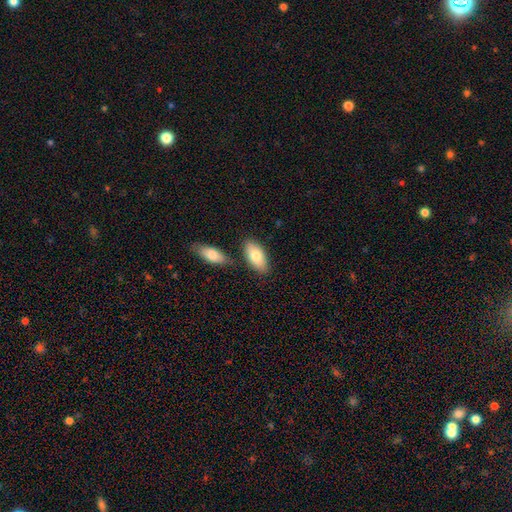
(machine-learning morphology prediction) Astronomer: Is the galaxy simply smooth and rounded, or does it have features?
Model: smooth — 80%.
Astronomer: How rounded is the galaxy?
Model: in between — 92%.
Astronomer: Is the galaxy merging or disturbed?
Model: none — 74%.